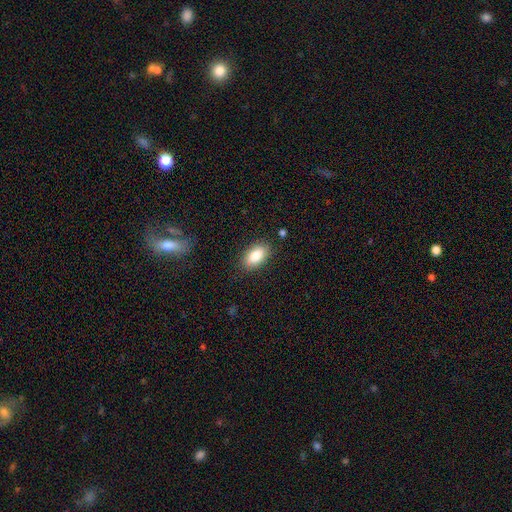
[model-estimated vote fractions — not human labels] A smooth galaxy with no disk features (84%) that is in between round and cigar-shaped (91%).

Vote fractions:
- Smooth or featured? smooth: 84% / featured or disk: 8% / star or artifact: 7%
- How rounded? in between: 91% / round: 7% / cigar-shaped: 2%
- Merging? none: 84% / minor disturbance: 11% / major disturbance: 3% / merger: 2%